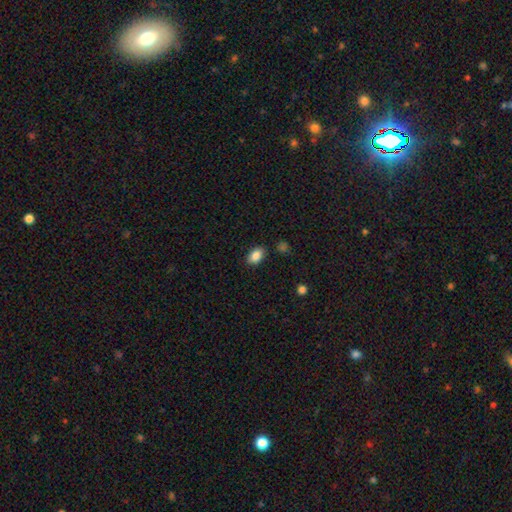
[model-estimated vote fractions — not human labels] Q: Smooth or featured?
A: smooth (87%); runner-up: star or artifact (8%)
Q: How rounded?
A: in between (87%); runner-up: round (11%)
Q: Merging?
A: none (84%); runner-up: minor disturbance (10%)